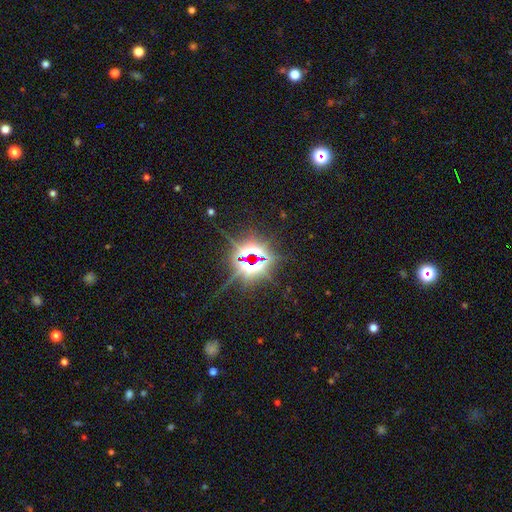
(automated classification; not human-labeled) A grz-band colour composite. It shows a star or artifact, not a galaxy (84%).